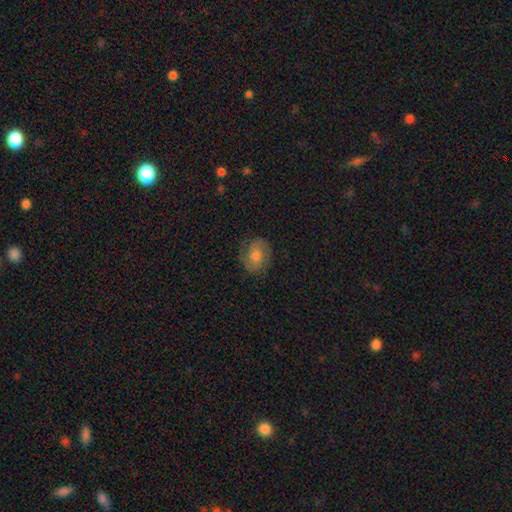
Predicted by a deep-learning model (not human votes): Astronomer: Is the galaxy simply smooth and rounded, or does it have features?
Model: featured or disk — 65%.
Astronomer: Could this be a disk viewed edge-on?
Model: no — 97%.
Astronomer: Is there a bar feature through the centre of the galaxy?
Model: no — 63%.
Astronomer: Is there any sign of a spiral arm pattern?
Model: yes — 91%.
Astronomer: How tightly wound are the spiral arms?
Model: tight — 45% (runner-up: medium, 42%).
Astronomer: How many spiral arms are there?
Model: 2 — 79%.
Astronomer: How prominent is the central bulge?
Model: moderate — 56% (runner-up: small, 32%).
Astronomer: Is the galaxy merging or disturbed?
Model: none — 80%.